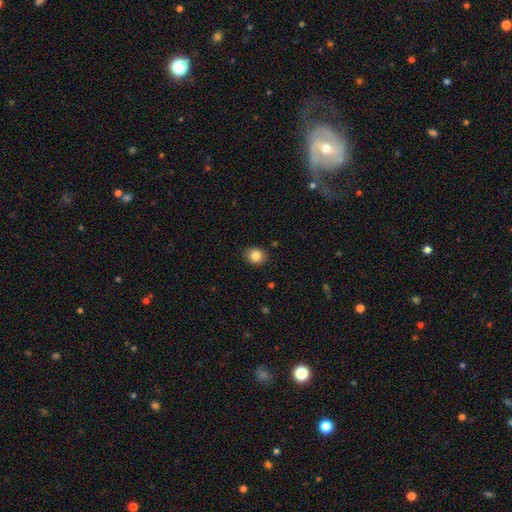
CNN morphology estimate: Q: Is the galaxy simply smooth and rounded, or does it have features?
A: smooth — 84%.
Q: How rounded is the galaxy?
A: round — 65%.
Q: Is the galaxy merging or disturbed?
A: none — 88%.